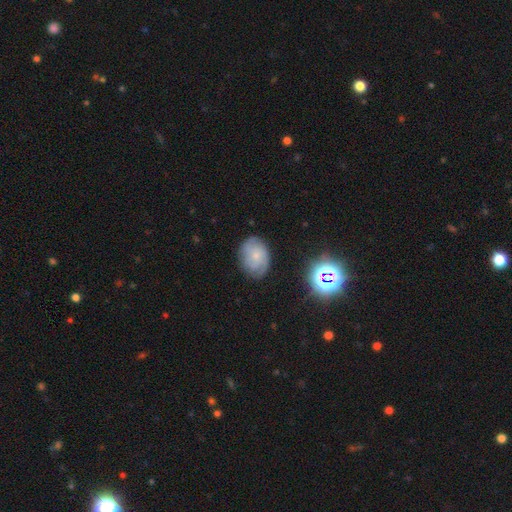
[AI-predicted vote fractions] smooth-or-featured: featured or disk: 46% | smooth: 43% | star or artifact: 11%
  merging: none: 73% | minor disturbance: 20% | major disturbance: 5% | merger: 2%